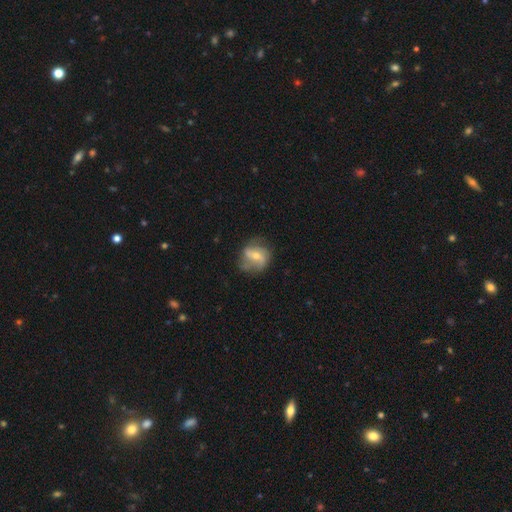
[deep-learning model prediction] Smooth or featured: featured or disk — 70% (smooth — 22%)
Edge-on disk: no — 97% (yes — 3%)
Bar: weak — 44% (no — 32%)
Spiral arms: yes — 87% (no — 13%)
Spiral winding: loose — 42% (medium — 40%)
Spiral arm count: 2 — 62% (can't tell — 16%)
Bulge size: moderate — 50% (small — 46%)
Merging: none — 69% (minor disturbance — 21%)